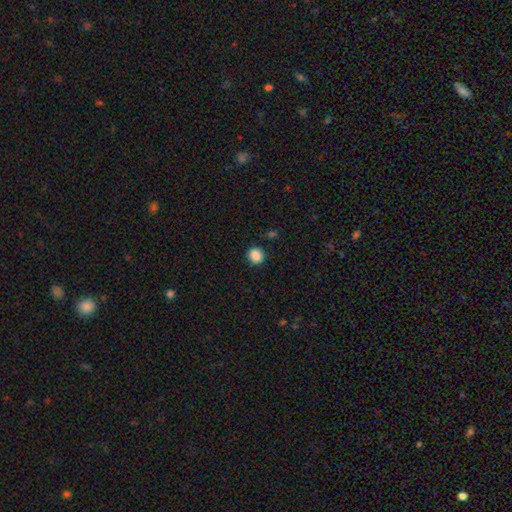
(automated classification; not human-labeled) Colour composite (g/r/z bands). It shows a smooth galaxy with no disk features (87%) that is round (80%). Merging: none (87%).